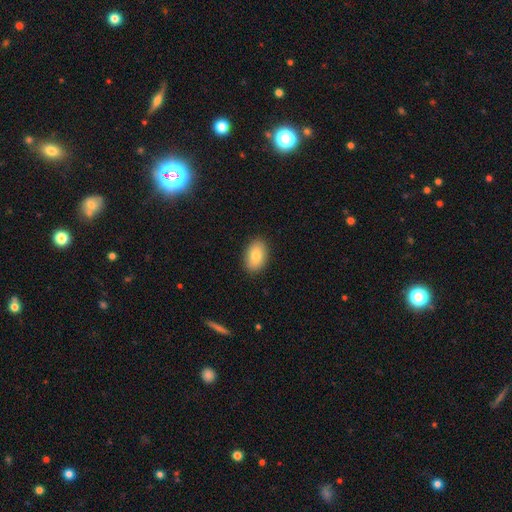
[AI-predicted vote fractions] Smooth or featured: smooth — 81% (featured or disk — 12%)
How rounded: in between — 89% (round — 9%)
Merging: none — 89% (minor disturbance — 8%)